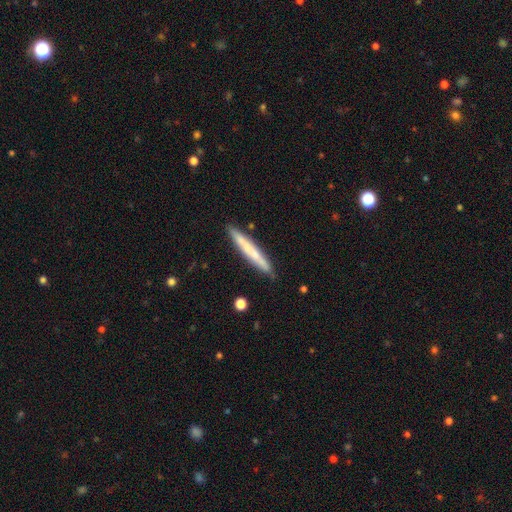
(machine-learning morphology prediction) smooth-or-featured: smooth: 60% | featured or disk: 34% | star or artifact: 6%
  how-rounded: cigar-shaped: 95% | in between: 4% | round: 1%
  merging: none: 86% | minor disturbance: 10% | merger: 2% | major disturbance: 2%